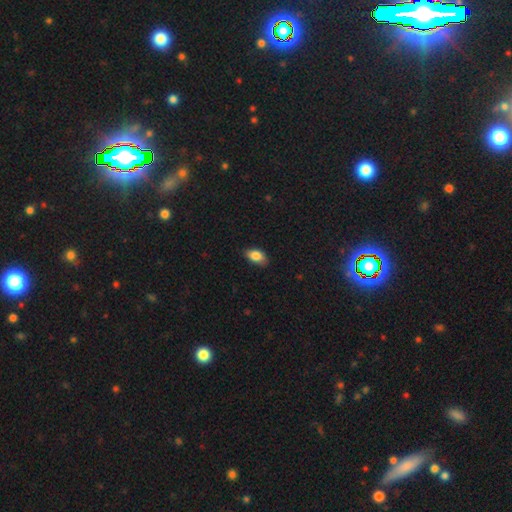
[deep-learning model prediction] This is clearly a smooth galaxy (85%). How rounded: clearly in between (91%). Merging: likely none (77%).